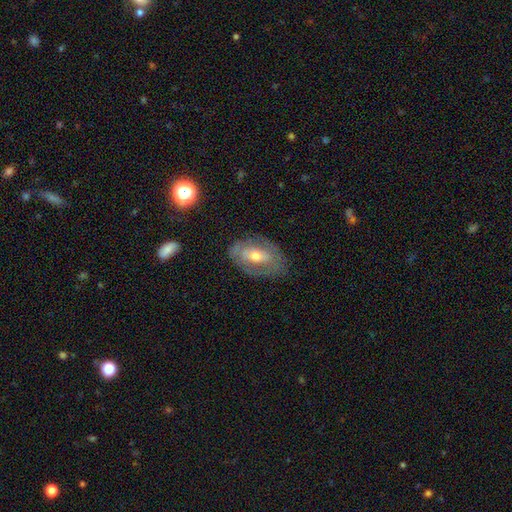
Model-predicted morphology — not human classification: featured or disk 59%, smooth 33%, star or artifact 8%. Down the decision tree: edge-on disk — no (91%); bar — no (54%); spiral arms — no (56%); bulge size — moderate (58%); merging — none (71%).